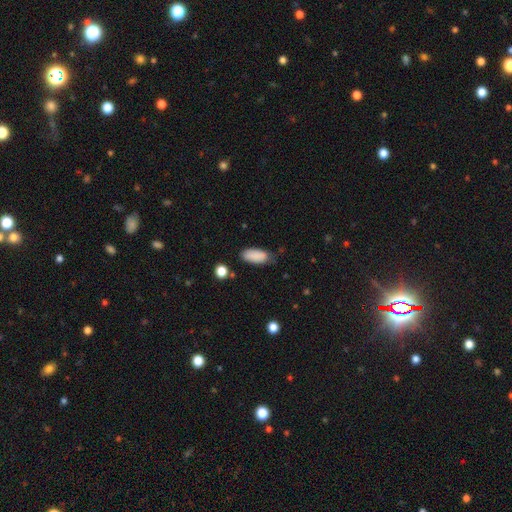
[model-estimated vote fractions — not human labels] smooth 88%, star or artifact 7%, featured or disk 5%. Down the decision tree: how rounded — in between (86%); merging — none (71%).